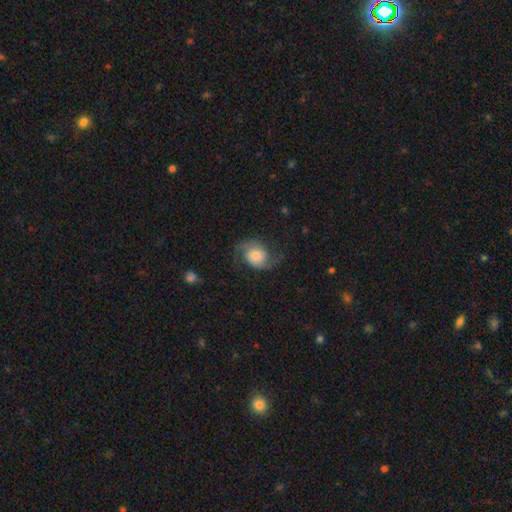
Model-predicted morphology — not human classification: Overall: featured or disk (62%; smooth 30%). Edge-on disk: no (97%). Bar: no (73%). Spiral arms: yes (93%). Spiral arm count: 2 (91%). Spiral winding: loose (51%; medium 37%). Bulge size: moderate (36%; small 29%). Merging: none (67%).